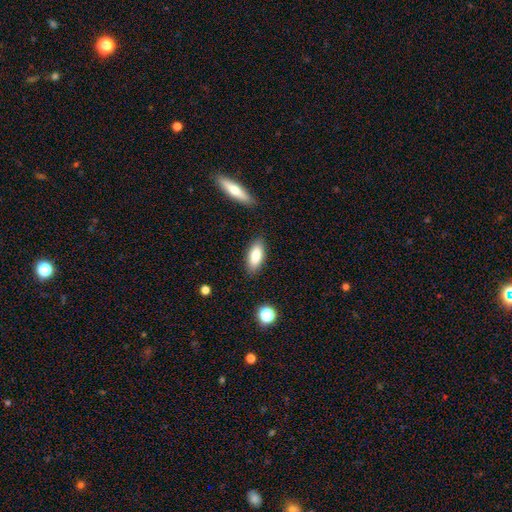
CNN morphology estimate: smooth-or-featured: smooth: 84% | featured or disk: 10% | star or artifact: 7%
  how-rounded: in between: 81% | cigar-shaped: 17% | round: 2%
  merging: none: 86% | minor disturbance: 10% | major disturbance: 2% | merger: 2%